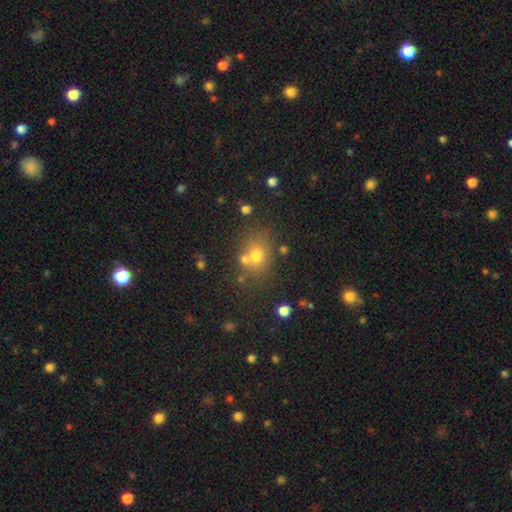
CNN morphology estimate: A smooth galaxy with no disk features (66%) that is round (58%). Merging: none (65%).